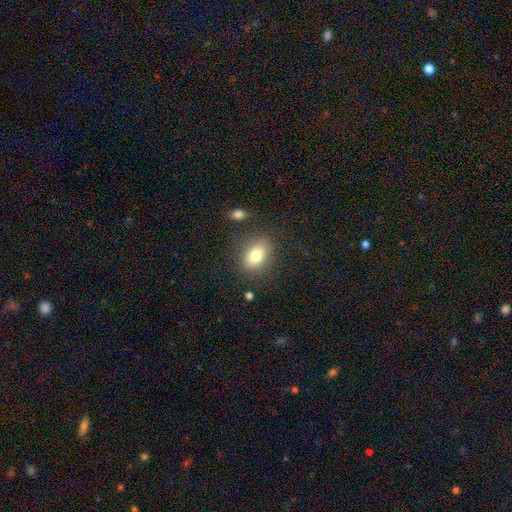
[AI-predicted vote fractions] A smooth galaxy with no disk features (79%) that is in between round and cigar-shaped (68%).

Vote fractions:
- Smooth or featured? smooth: 79% / featured or disk: 11% / star or artifact: 10%
- How rounded? in between: 68% / round: 31% / cigar-shaped: 2%
- Merging? none: 81% / minor disturbance: 12% / major disturbance: 4% / merger: 3%